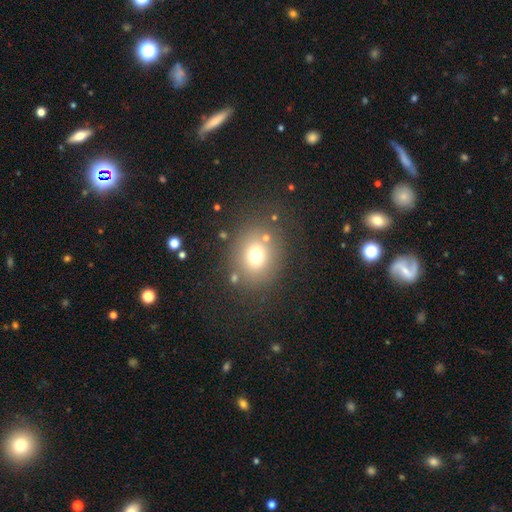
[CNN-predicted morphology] A smooth galaxy with no disk features (71%) that is round (68%).

Vote fractions:
- Smooth or featured? smooth: 71% / star or artifact: 16% / featured or disk: 13%
- How rounded? round: 68% / in between: 31% / cigar-shaped: 1%
- Merging? none: 76% / minor disturbance: 11% / major disturbance: 7% / merger: 6%